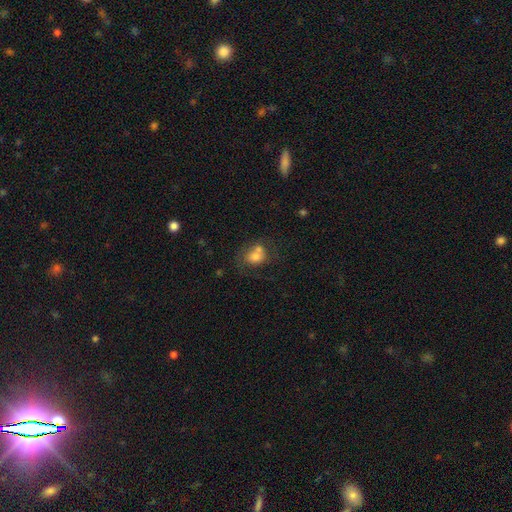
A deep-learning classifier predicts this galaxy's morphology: Overall: smooth (70%). How rounded: round (54%; in between 45%). Merging: merger (43%; none 34%).